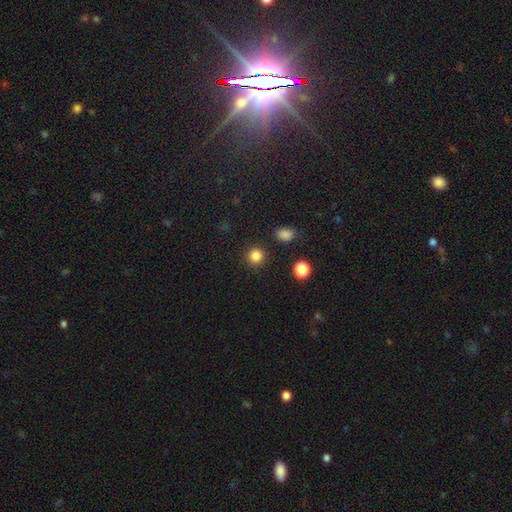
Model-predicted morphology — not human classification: Smooth or featured? smooth (84%)
How rounded? round (92%)
Merging? none (90%)